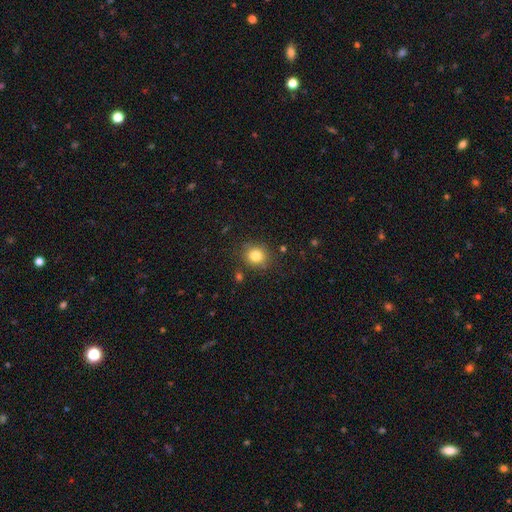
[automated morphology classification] This is clearly a smooth galaxy (82%). How rounded: likely round (80%). Merging: clearly none (83%).